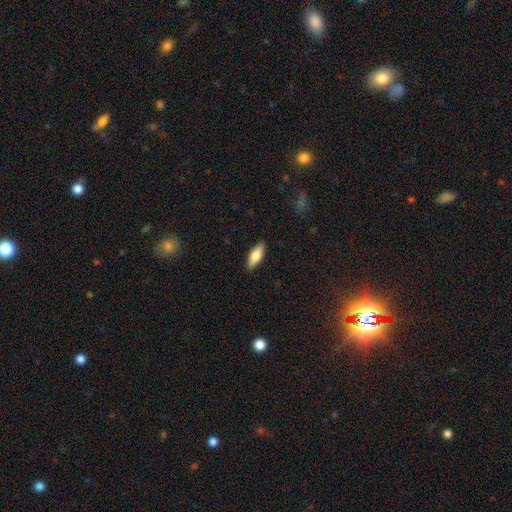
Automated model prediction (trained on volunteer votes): Q: Smooth or featured?
A: smooth (71%); runner-up: featured or disk (23%)
Q: How rounded?
A: in between (62%); runner-up: cigar-shaped (36%)
Q: Merging?
A: none (90%); runner-up: minor disturbance (8%)